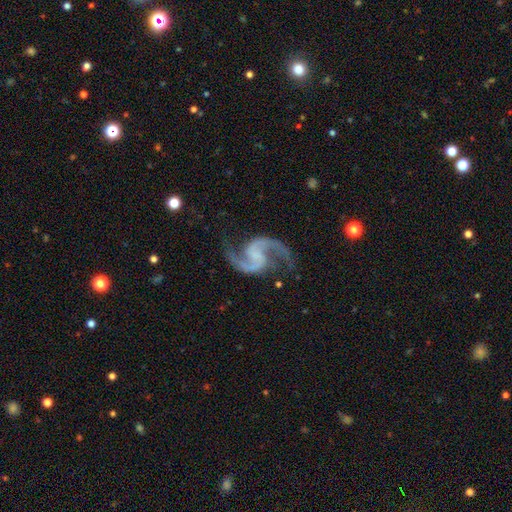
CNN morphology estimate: A featured or disk galaxy (94%) with no bar (45%), 2 (95%) medium (51%) spiral arms (99%) and no central bulge (58%).

Vote fractions:
- Smooth or featured? featured or disk: 94% / star or artifact: 4% / smooth: 2%
- Edge-on disk? no: 98% / yes: 2%
- Bar? no: 45% / weak: 41% / strong: 14%
- Spiral arms? yes: 99% / no: 1%
- Spiral winding? medium: 51% / loose: 42% / tight: 7%
- Spiral arm count? 2: 95% / 3: 1% / can't tell: 1% / 1: 1% / 4: 1% / more than 4: 1%
- Bulge size? none: 58% / small: 28% / moderate: 11% / large: 3% / dominant: 1%
- Merging? none: 78% / minor disturbance: 14% / major disturbance: 6% / merger: 2%